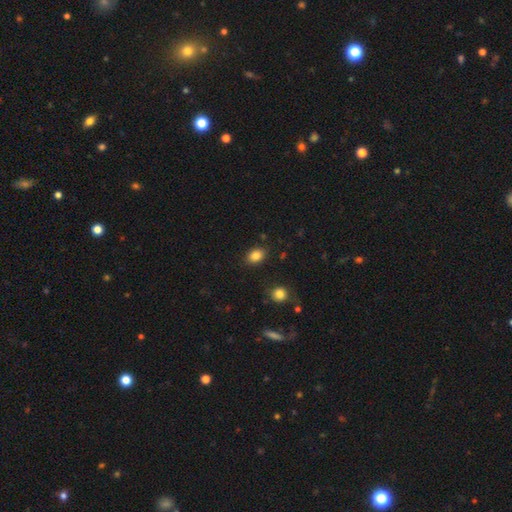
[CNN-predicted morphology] Smooth or featured?
  - smooth: 85% *
  - star or artifact: 10%
  - featured or disk: 5%
How rounded?
  - in between: 74% *
  - round: 25%
  - cigar-shaped: 1%
Merging?
  - none: 85% *
  - minor disturbance: 11%
  - major disturbance: 3%
  - merger: 2%